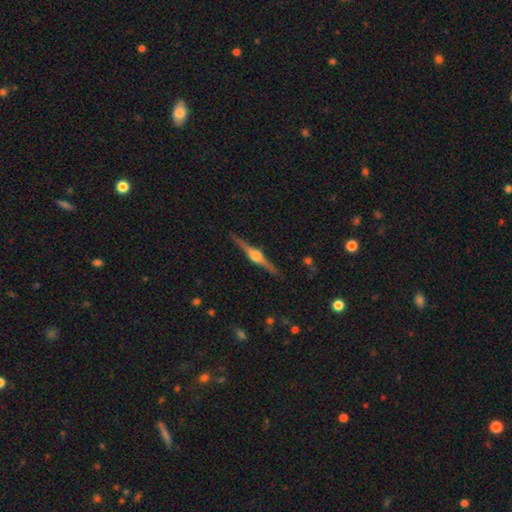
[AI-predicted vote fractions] A featured or disk galaxy (85%) viewed edge-on (98%) with a rounded central bulge (94%). Merging: none (91%).